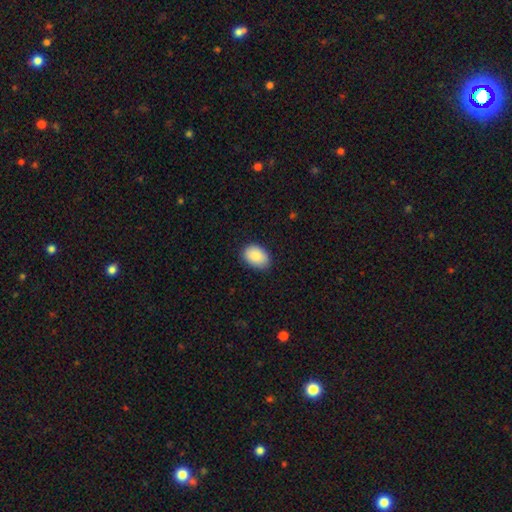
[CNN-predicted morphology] type=smooth (89%); roundness=in between (81%); merging=none (84%).